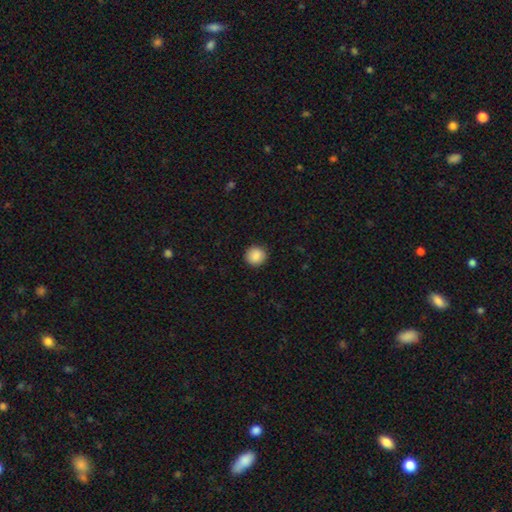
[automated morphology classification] Overall: smooth (89%). How rounded: round (92%). Merging: none (92%).